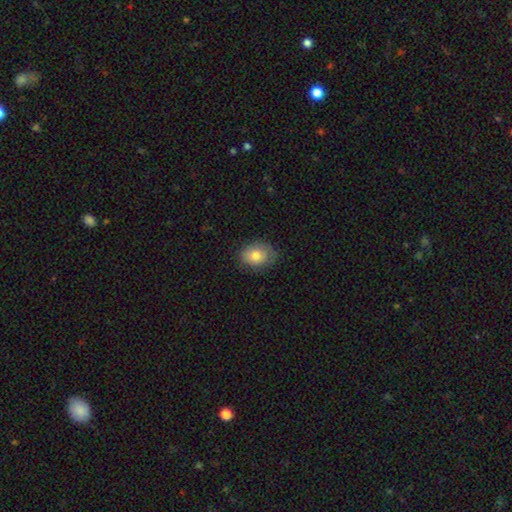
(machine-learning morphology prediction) Overall: smooth (76%). How rounded: in between (69%; round 30%). Merging: none (74%).